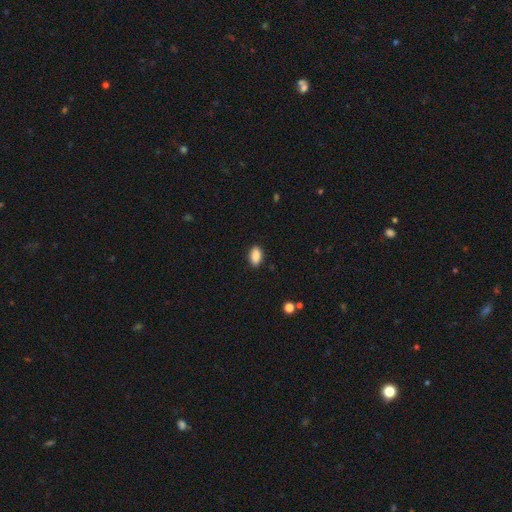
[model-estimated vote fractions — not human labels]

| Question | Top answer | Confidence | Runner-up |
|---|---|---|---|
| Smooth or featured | smooth | 89% | star or artifact (8%) |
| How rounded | in between | 92% | round (5%) |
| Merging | none | 89% | minor disturbance (8%) |